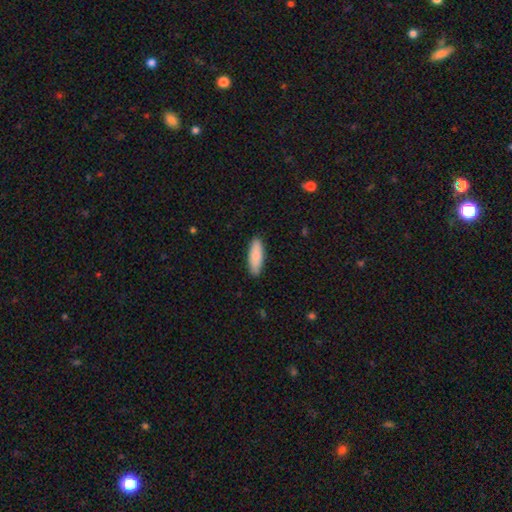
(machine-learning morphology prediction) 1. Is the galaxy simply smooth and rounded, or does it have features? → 84% smooth, 11% featured or disk, 5% star or artifact.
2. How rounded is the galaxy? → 56% in between, 42% cigar-shaped, 2% round.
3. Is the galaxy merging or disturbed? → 89% none, 8% minor disturbance, 2% major disturbance, 1% merger.